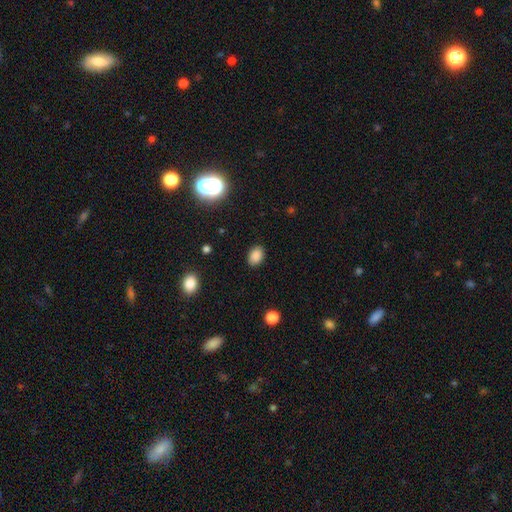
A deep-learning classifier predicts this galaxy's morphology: smooth 86%, star or artifact 10%, featured or disk 4%. Down the decision tree: how rounded — in between (79%); merging — none (87%).